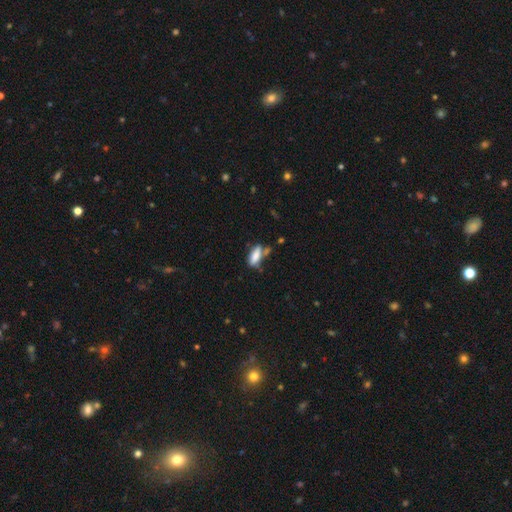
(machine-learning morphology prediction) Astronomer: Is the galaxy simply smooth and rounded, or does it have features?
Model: smooth — 77%.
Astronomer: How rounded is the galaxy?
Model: in between — 65%.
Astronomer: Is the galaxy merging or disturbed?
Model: none — 45% (runner-up: minor disturbance, 25%).